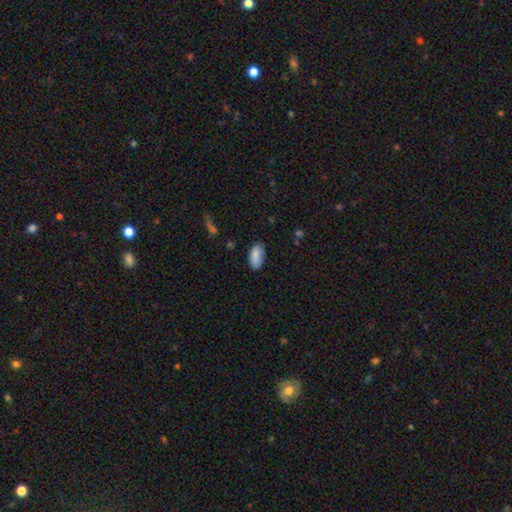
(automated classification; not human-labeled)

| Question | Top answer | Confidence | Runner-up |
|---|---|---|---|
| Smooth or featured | smooth | 88% | star or artifact (7%) |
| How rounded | in between | 93% | cigar-shaped (5%) |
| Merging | none | 81% | minor disturbance (15%) |